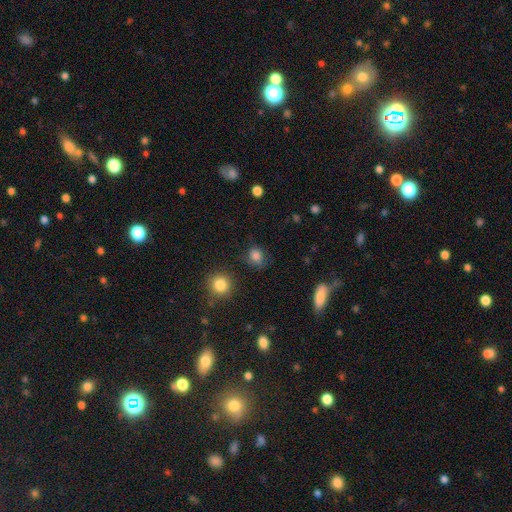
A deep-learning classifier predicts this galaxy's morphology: smooth 82%, star or artifact 12%, featured or disk 6%. Down the decision tree: how rounded — round (69%); merging — none (70%).